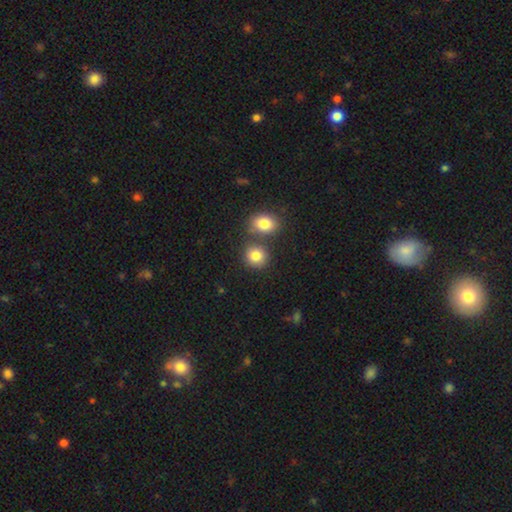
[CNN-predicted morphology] This is clearly a smooth galaxy (83%). How rounded: likely round (77%). Merging: likely none (64%).